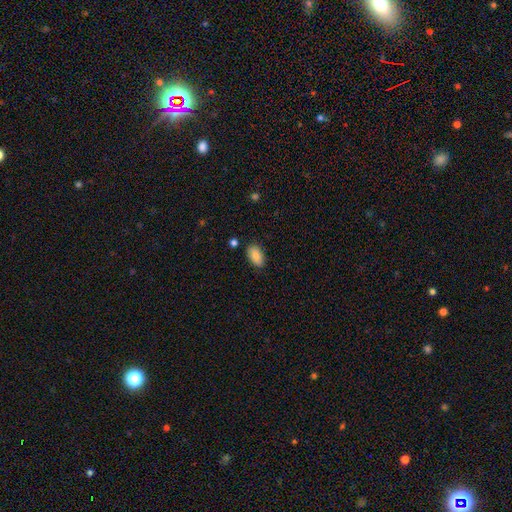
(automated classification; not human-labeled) The model was most divided on "merging": none: 83%, minor disturbance: 12%, major disturbance: 2%, merger: 2%. More confident: how rounded — in between (93%); smooth or featured — smooth (84%).